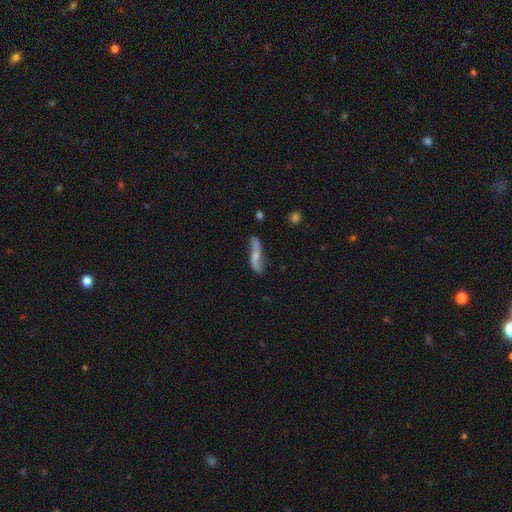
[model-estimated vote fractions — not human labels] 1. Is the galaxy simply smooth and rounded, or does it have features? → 68% featured or disk, 26% smooth, 6% star or artifact.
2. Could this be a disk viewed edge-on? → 77% no, 23% yes.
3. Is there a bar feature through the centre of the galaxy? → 50% no, 33% weak, 17% strong.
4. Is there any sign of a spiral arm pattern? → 90% yes, 10% no.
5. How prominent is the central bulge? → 43% small, 26% moderate, 25% none, 3% large, 2% dominant.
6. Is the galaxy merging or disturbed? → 68% none, 21% minor disturbance, 8% major disturbance, 4% merger.